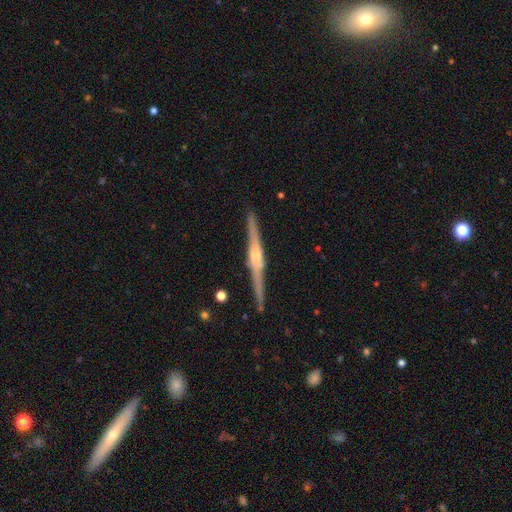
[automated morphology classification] Smooth or featured? Predicted: featured or disk (p=0.85). Edge-on disk? Predicted: yes (p=0.98). Edge-on bulge? Predicted: rounded (p=0.81). Merging? Predicted: none (p=0.90).